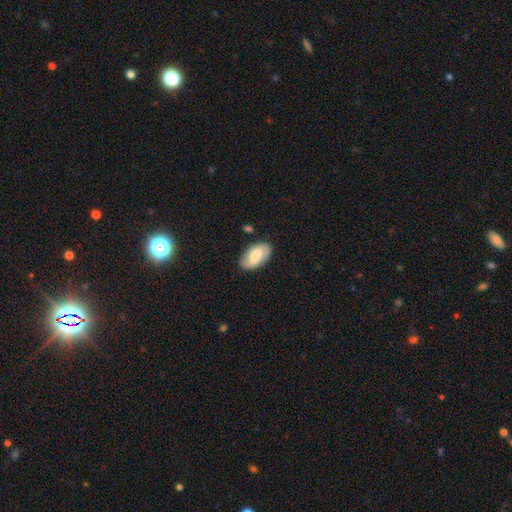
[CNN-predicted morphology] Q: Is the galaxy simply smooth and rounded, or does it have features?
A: smooth — 72%.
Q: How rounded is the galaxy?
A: in between — 95%.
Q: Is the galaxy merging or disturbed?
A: none — 81%.